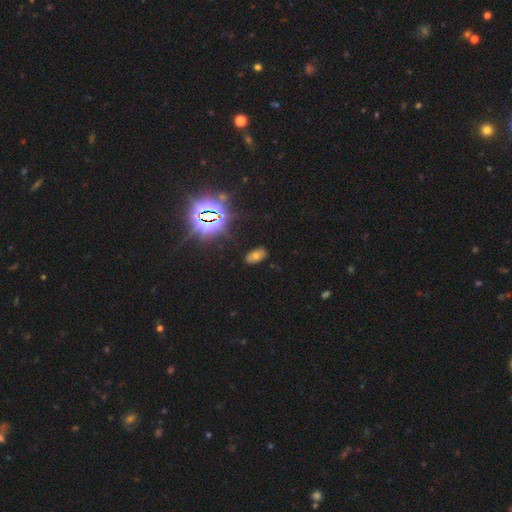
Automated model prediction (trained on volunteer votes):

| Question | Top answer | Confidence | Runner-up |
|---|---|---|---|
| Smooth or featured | smooth | 43% | star or artifact (41%) |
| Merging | none | 83% | minor disturbance (12%) |